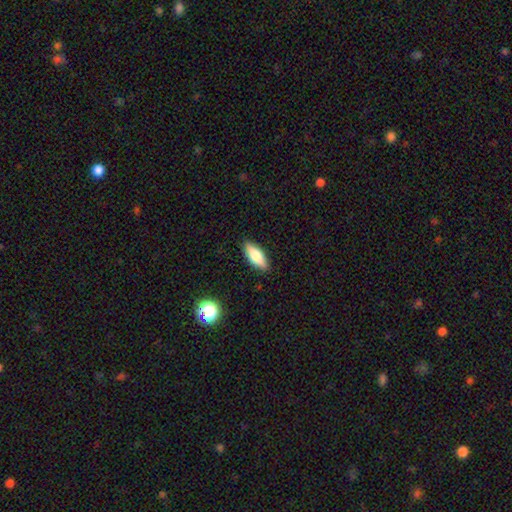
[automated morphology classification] This is likely a smooth galaxy (70%). How rounded: likely in between (71%). Merging: clearly none (89%).